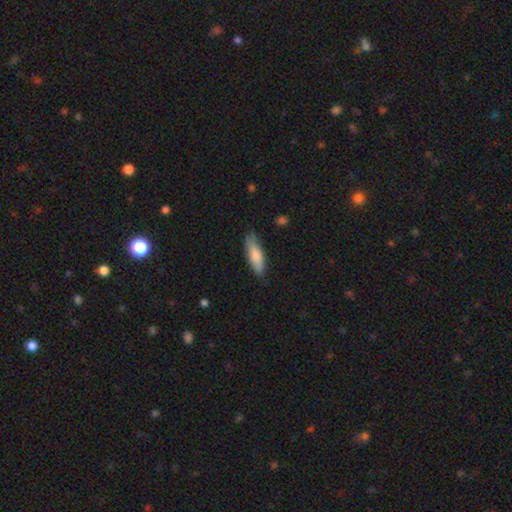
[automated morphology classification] Smooth or featured: smooth — 80% (featured or disk — 15%)
How rounded: in between — 51% (cigar-shaped — 47%)
Merging: none — 75% (minor disturbance — 20%)